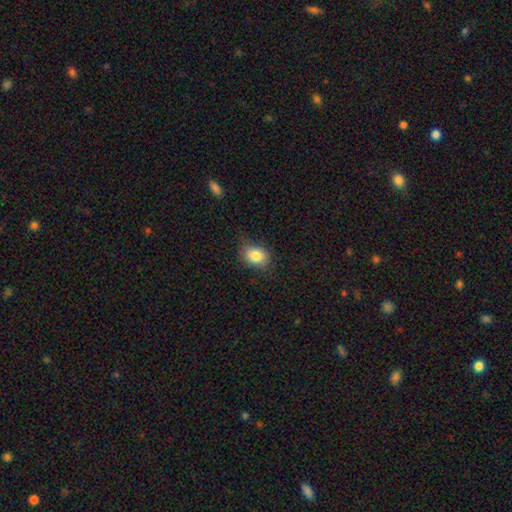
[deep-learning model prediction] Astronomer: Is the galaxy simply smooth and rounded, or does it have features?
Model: smooth — 84%.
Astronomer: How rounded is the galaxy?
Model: in between — 65%.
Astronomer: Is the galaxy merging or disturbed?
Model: none — 73%.